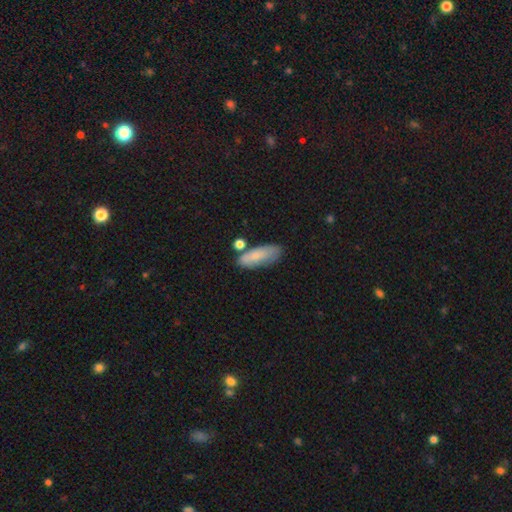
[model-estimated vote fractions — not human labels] A smooth galaxy with no disk features (79%) that is in between round and cigar-shaped (71%). Merging: none (61%).